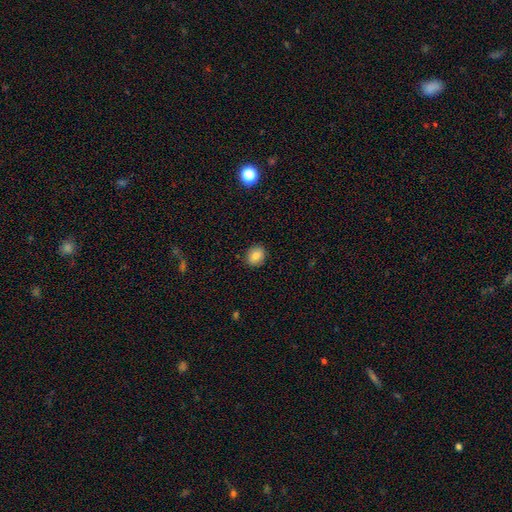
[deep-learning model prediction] Smooth or featured? smooth (83%)
How rounded? round (59%)
Merging? none (89%)